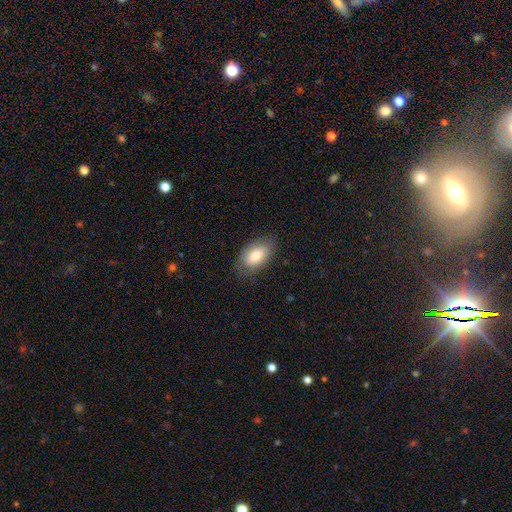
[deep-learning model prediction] smooth-or-featured: smooth: 81% | featured or disk: 13% | star or artifact: 6%
  how-rounded: in between: 93% | round: 4% | cigar-shaped: 2%
  merging: none: 79% | minor disturbance: 16% | major disturbance: 4% | merger: 1%